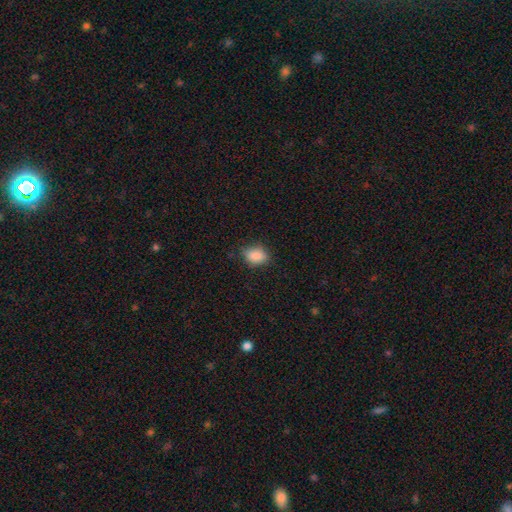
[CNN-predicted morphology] Smooth or featured? Predicted: smooth (p=0.86). How rounded? Predicted: in between (p=0.76). Merging? Predicted: none (p=0.74).